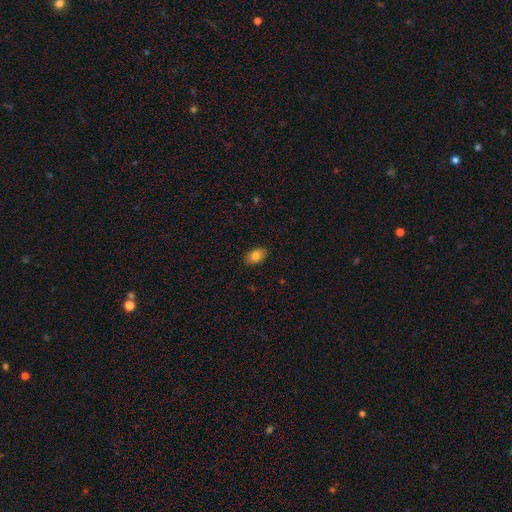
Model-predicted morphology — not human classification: Smooth or featured? smooth (84%)
How rounded? in between (82%)
Merging? none (87%)